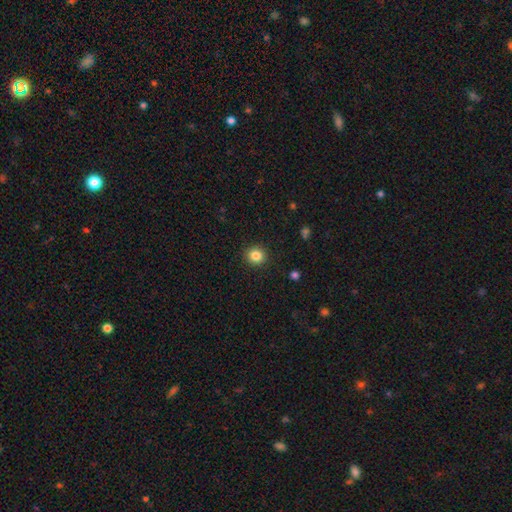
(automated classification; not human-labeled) Overall: smooth (84%). How rounded: round (90%). Merging: none (92%).